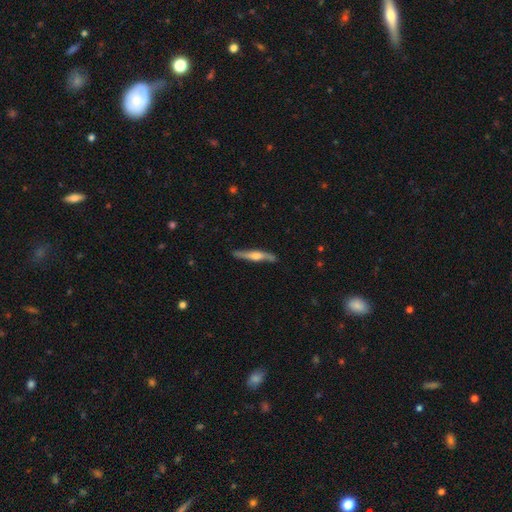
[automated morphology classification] featured or disk 62%, smooth 33%, star or artifact 5%. Down the decision tree: edge-on disk — yes (92%); edge-on bulge — rounded (78%); merging — none (84%).